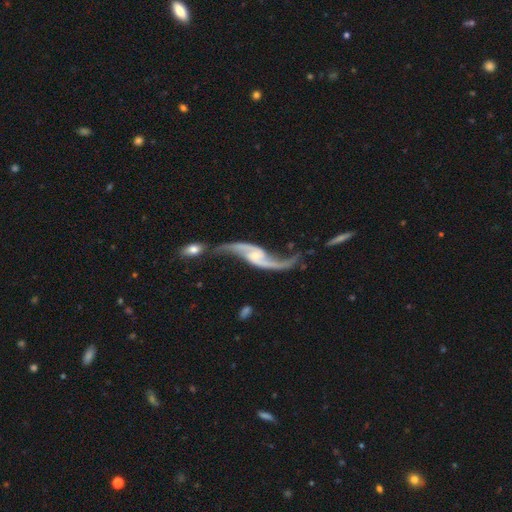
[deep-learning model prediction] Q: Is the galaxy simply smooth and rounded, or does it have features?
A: featured or disk — 92%.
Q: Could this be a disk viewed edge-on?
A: no — 95%.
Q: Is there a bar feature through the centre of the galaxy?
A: no — 45%.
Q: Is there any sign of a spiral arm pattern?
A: yes — 97%.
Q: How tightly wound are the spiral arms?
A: loose — 89%.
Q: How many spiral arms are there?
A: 2 — 94%.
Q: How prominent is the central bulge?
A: small — 61%.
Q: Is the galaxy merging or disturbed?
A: none — 48%.